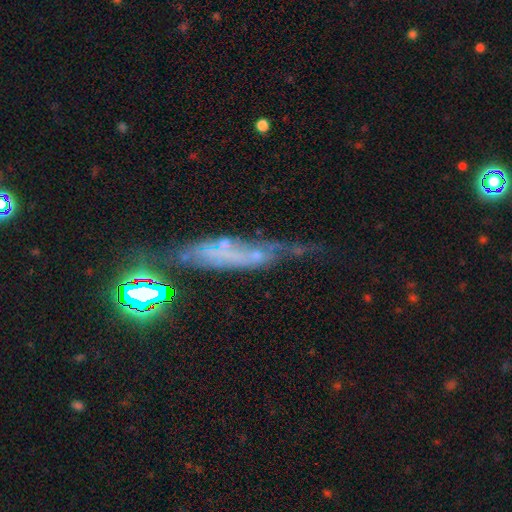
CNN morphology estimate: Q: Smooth or featured?
A: featured or disk (49%); runner-up: smooth (36%)
Q: Merging?
A: none (48%); runner-up: minor disturbance (25%)